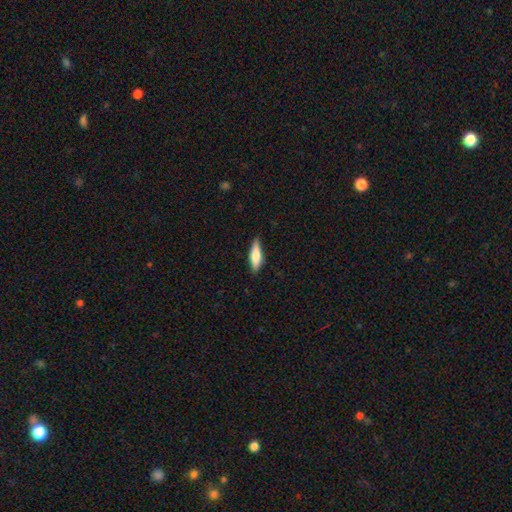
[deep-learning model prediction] This appears to be a smooth galaxy with no disk features (67%) that is cigar-shaped (59%). Merging: none (86%).